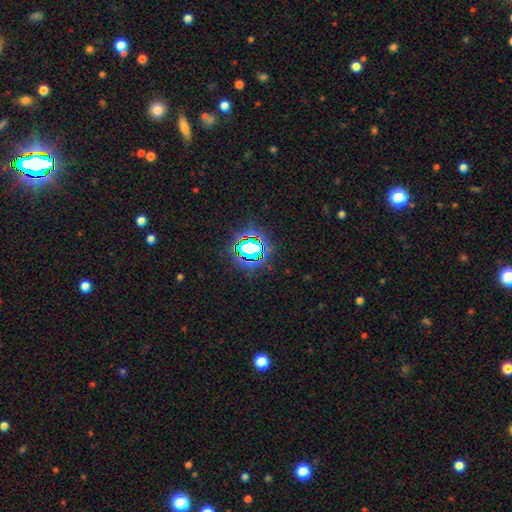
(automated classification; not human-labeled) Smooth or featured?
  - star or artifact: 82% *
  - smooth: 11%
  - featured or disk: 7%